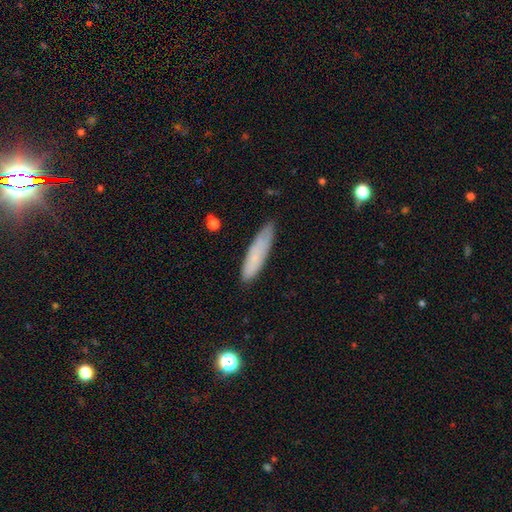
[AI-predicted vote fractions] Smooth or featured? Predicted: smooth (p=0.72). How rounded? Predicted: cigar-shaped (p=0.77). Merging? Predicted: none (p=0.76).